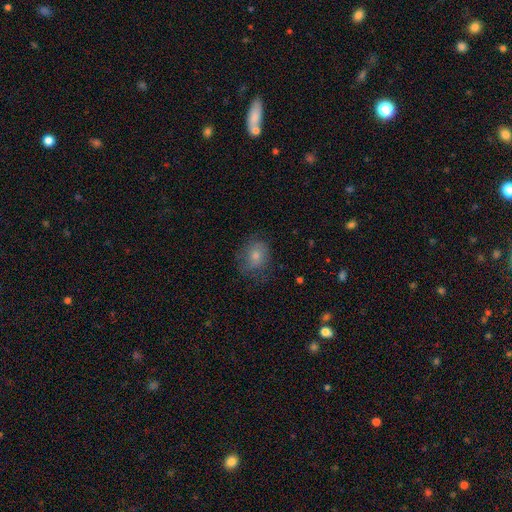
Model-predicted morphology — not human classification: smooth_or_featured: smooth (p=0.63) [alt: featured or disk p=0.23]
how_rounded: round (p=0.57) [alt: in between p=0.42]
merging: none (p=0.70) [alt: minor disturbance p=0.20]